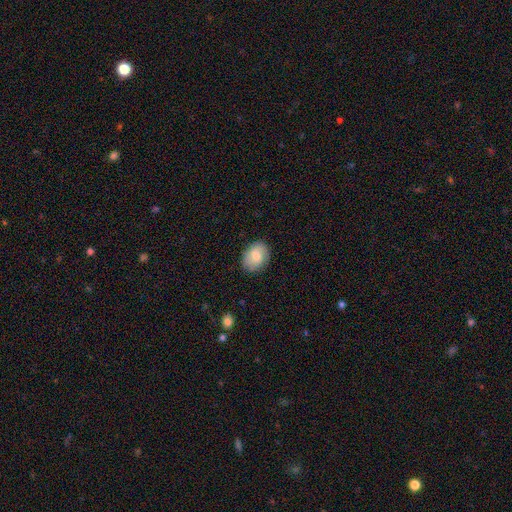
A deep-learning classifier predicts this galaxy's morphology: Smooth or featured? Predicted: smooth (p=0.70). How rounded? Predicted: in between (p=0.63). Merging? Predicted: none (p=0.82).